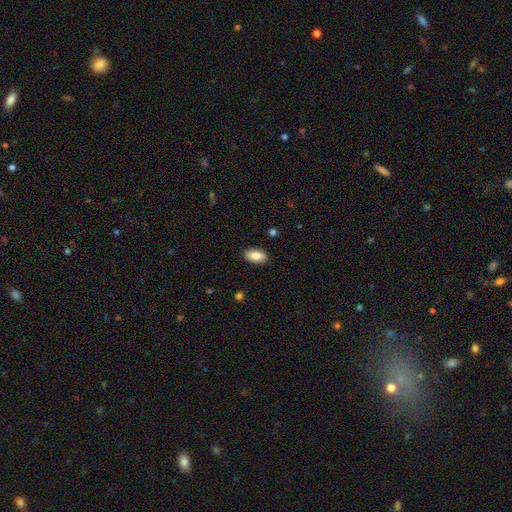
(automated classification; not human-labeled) The model was most divided on "smooth or featured": smooth: 85%, featured or disk: 9%, star or artifact: 7%. More confident: how rounded — in between (93%); merging — none (89%).